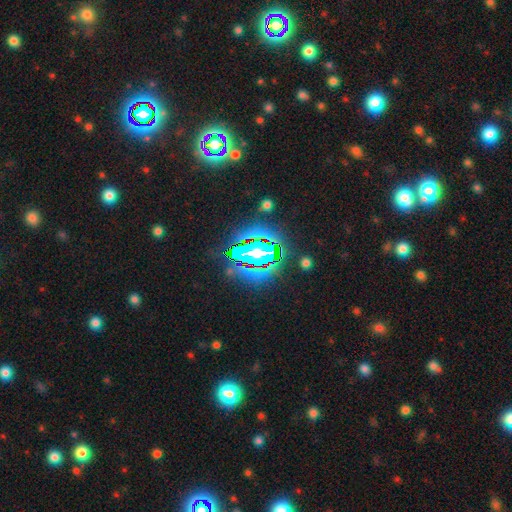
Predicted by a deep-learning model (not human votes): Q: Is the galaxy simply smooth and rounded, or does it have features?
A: star or artifact — 83%.